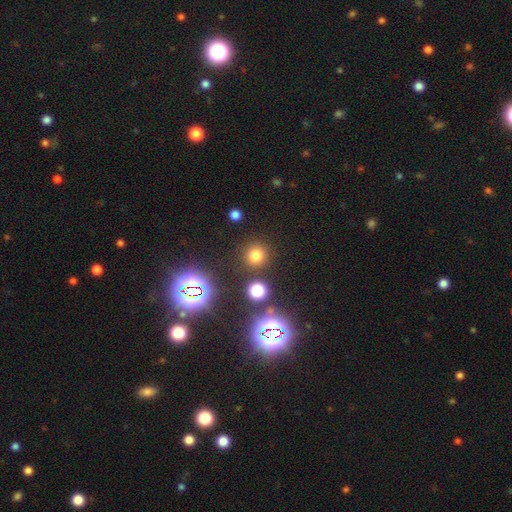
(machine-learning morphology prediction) Smooth or featured: smooth — 70% (star or artifact — 24%)
How rounded: round — 92% (in between — 7%)
Merging: none — 87% (minor disturbance — 6%)